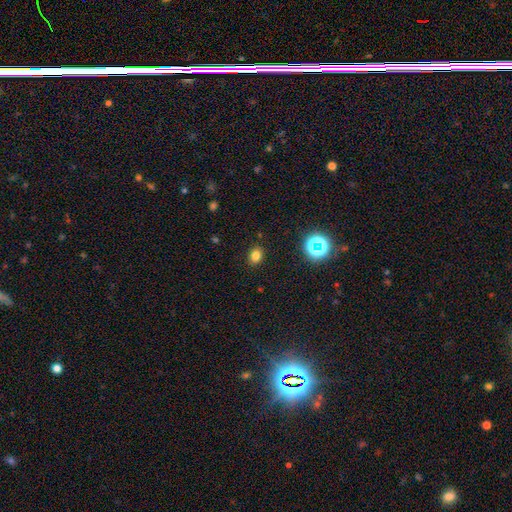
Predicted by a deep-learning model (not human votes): smooth_or_featured: smooth (p=0.77) [alt: star or artifact p=0.17]
how_rounded: in between (p=0.57) [alt: round p=0.42]
merging: none (p=0.88) [alt: minor disturbance p=0.08]